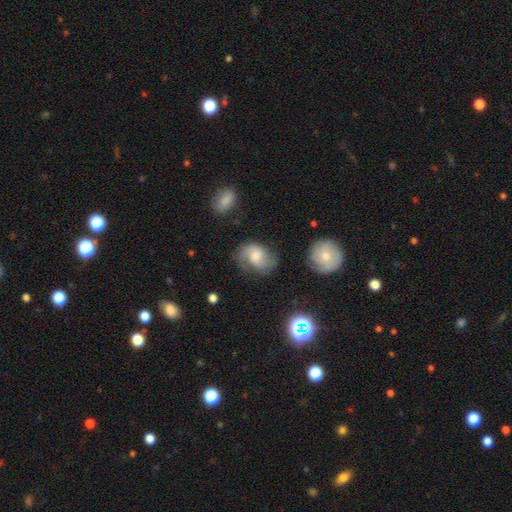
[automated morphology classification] A featured or disk galaxy (62%) with no bar (54%), 2 (80%) medium (48%) spiral arms (91%) and a moderate central bulge (47%). Merging: none (62%).